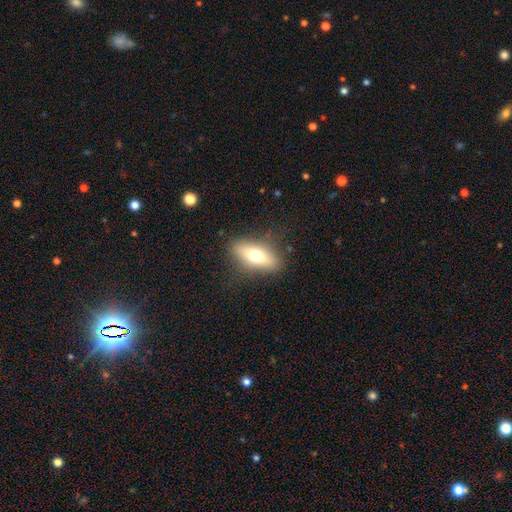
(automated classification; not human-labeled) smooth_or_featured: smooth (p=0.64) [alt: featured or disk p=0.28]
how_rounded: in between (p=0.72) [alt: cigar-shaped p=0.22]
merging: none (p=0.83) [alt: minor disturbance p=0.12]